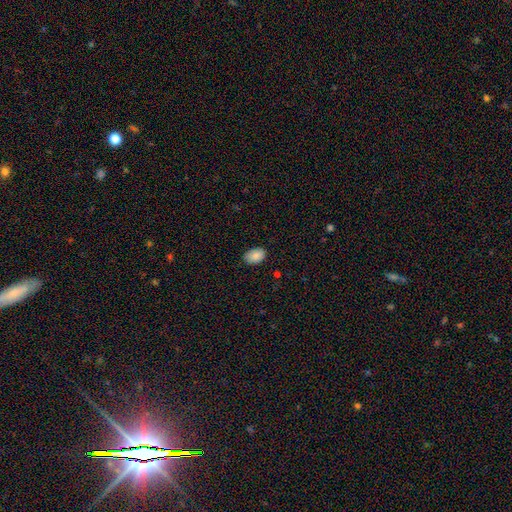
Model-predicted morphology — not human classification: Smooth or featured? Predicted: smooth (p=0.87). How rounded? Predicted: in between (p=0.90). Merging? Predicted: none (p=0.82).